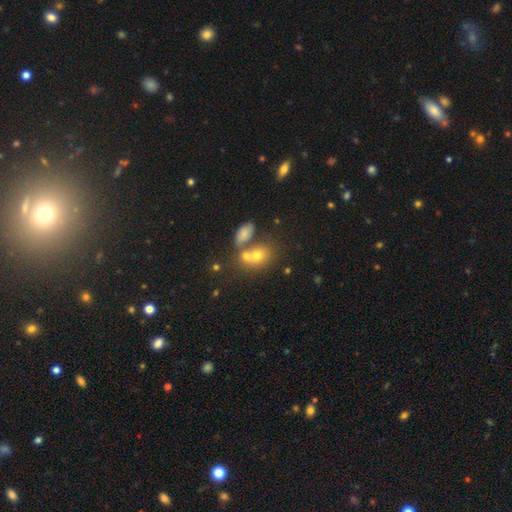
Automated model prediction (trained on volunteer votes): Smooth or featured? smooth (63%)
How rounded? in between (50%)
Merging? merger (45%)